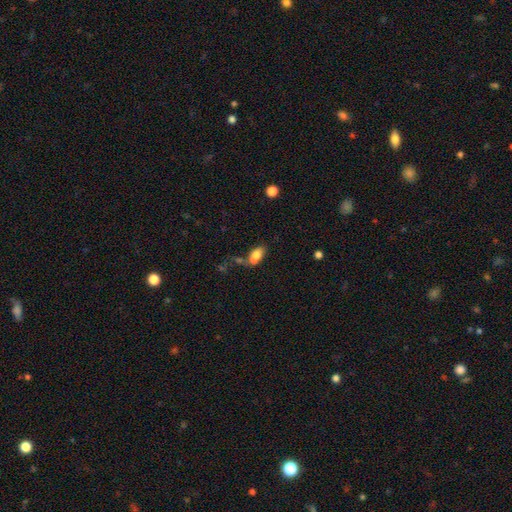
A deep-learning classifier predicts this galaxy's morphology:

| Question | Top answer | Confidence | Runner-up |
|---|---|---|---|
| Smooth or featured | smooth | 76% | featured or disk (15%) |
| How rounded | in between | 87% | cigar-shaped (7%) |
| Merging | none | 39% | merger (35%) |